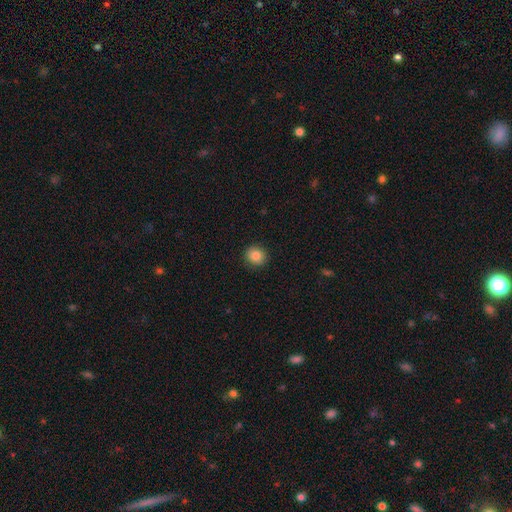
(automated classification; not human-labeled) A smooth galaxy with no disk features (84%) that is round (88%). Merging: none (91%).